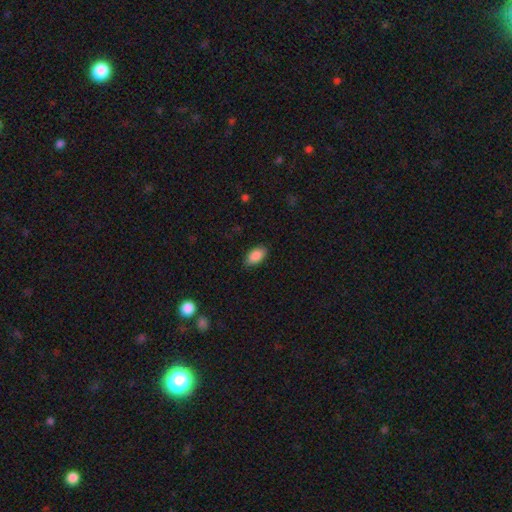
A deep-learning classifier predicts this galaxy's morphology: smooth 88%, star or artifact 7%, featured or disk 5%. Down the decision tree: how rounded — in between (93%); merging — none (85%).